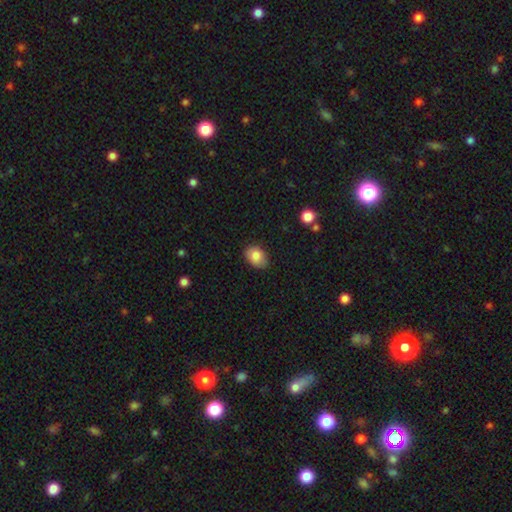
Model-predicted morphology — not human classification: smooth 83%, featured or disk 9%, star or artifact 8%. Down the decision tree: how rounded — in between (77%); merging — none (82%).